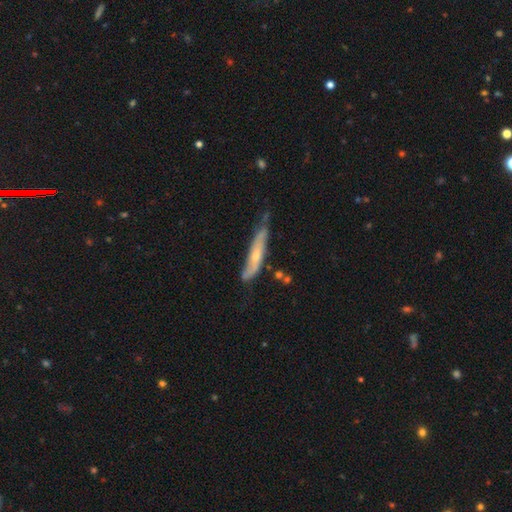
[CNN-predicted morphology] The model was most divided on "smooth or featured": featured or disk: 53%, smooth: 41%, star or artifact: 6%. More confident: edge-on disk — yes (61%); merging — none (52%).